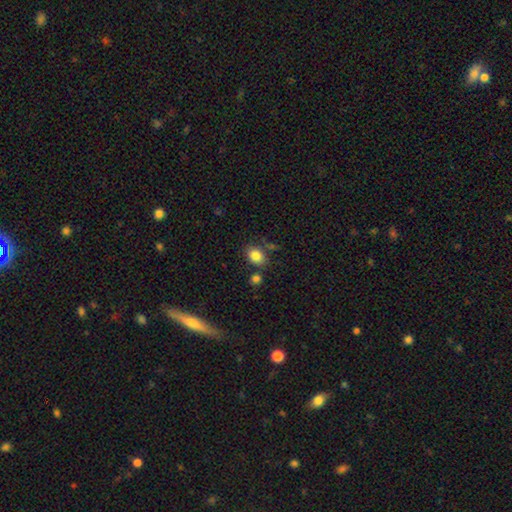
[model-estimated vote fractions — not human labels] A smooth galaxy with no disk features (83%) that is in between round and cigar-shaped (58%).

Vote fractions:
- Smooth or featured? smooth: 83% / star or artifact: 10% / featured or disk: 7%
- How rounded? in between: 58% / round: 41% / cigar-shaped: 1%
- Merging? none: 73% / minor disturbance: 13% / merger: 10% / major disturbance: 4%